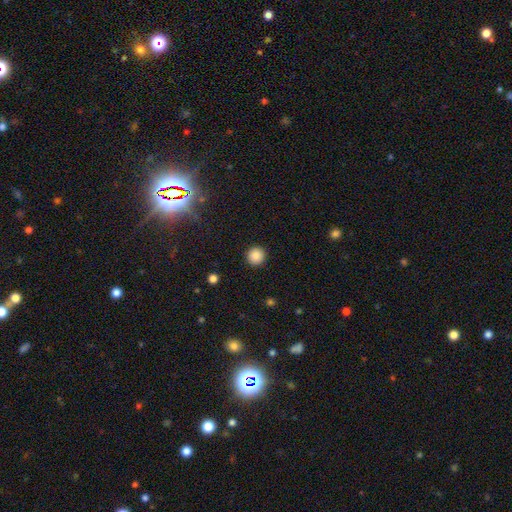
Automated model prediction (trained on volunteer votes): This appears to be a smooth galaxy with no disk features (87%) that is round (95%). Merging: none (92%).